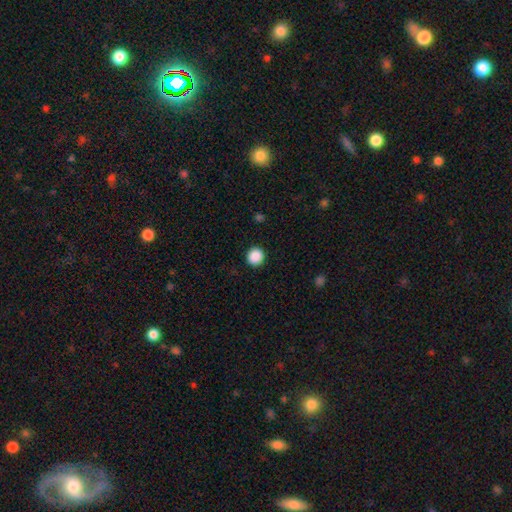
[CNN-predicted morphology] Smooth or featured?
  - smooth: 89% *
  - star or artifact: 9%
  - featured or disk: 2%
How rounded?
  - round: 93% *
  - in between: 6%
  - cigar-shaped: 1%
Merging?
  - none: 92% *
  - minor disturbance: 5%
  - major disturbance: 2%
  - merger: 1%